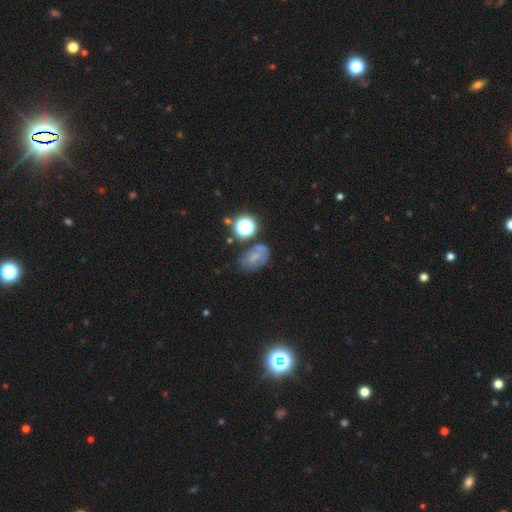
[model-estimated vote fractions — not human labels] This appears to be a smooth galaxy with no disk features (48%). Merging: none (56%).